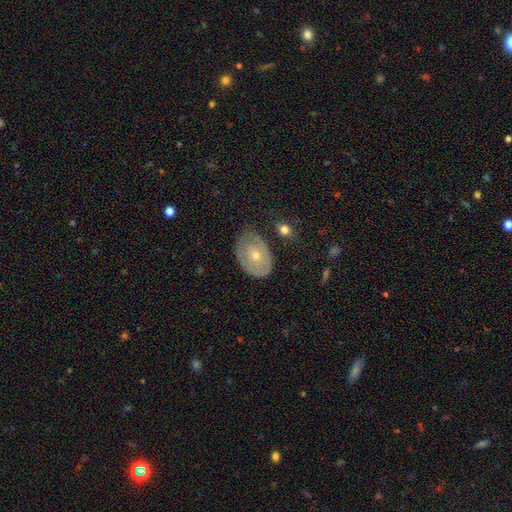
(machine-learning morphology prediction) smooth_or_featured: featured or disk (p=0.59) [alt: smooth p=0.34]
disk_edge_on: no (p=0.93) [alt: yes p=0.07]
bar: no (p=0.86) [alt: weak p=0.11]
has_spiral_arms: no (p=0.58) [alt: yes p=0.42]
bulge_size: small (p=0.55) [alt: moderate p=0.42]
merging: none (p=0.66) [alt: minor disturbance p=0.23]